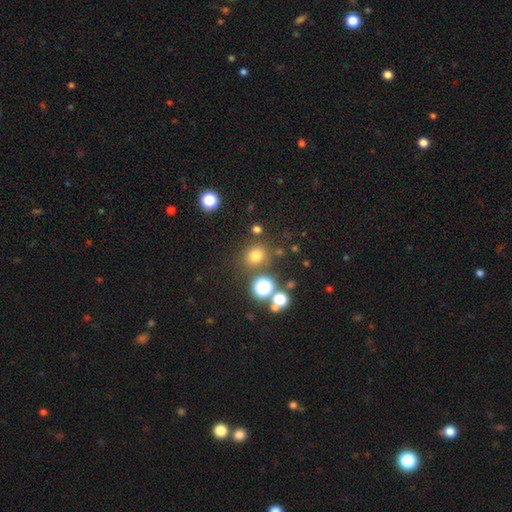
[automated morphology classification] This is likely a smooth galaxy (73%). How rounded: clearly round (81%). Merging: likely none (79%).